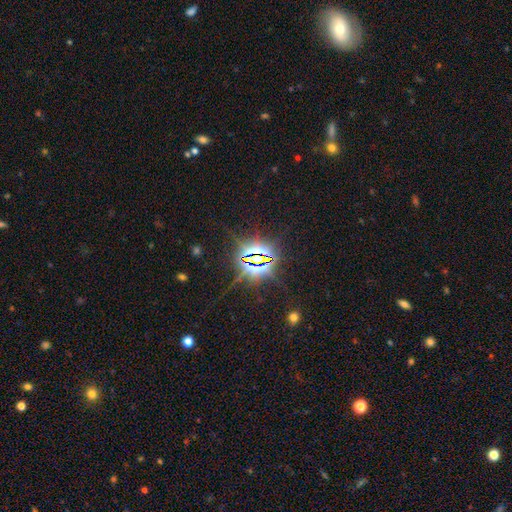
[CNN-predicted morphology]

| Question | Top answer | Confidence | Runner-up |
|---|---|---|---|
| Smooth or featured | star or artifact | 85% | smooth (8%) |